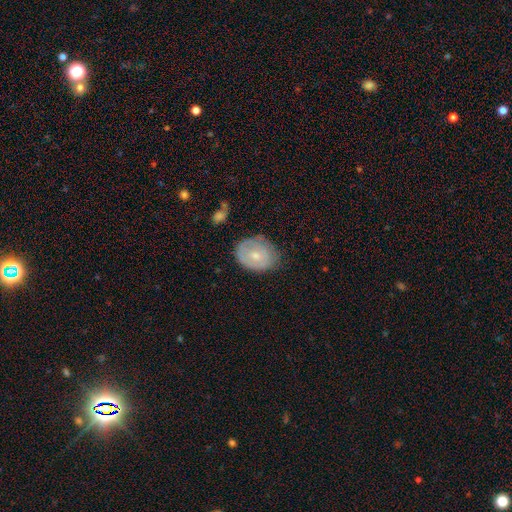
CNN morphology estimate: Smooth or featured? smooth (53%)
How rounded? in between (50%)
Merging? none (65%)